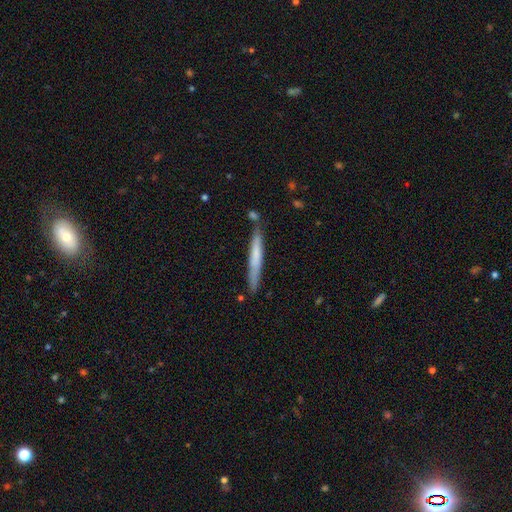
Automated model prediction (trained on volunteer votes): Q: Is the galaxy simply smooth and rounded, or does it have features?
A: smooth — 60%.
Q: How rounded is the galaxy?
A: cigar-shaped — 96%.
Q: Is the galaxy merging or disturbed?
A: none — 80%.